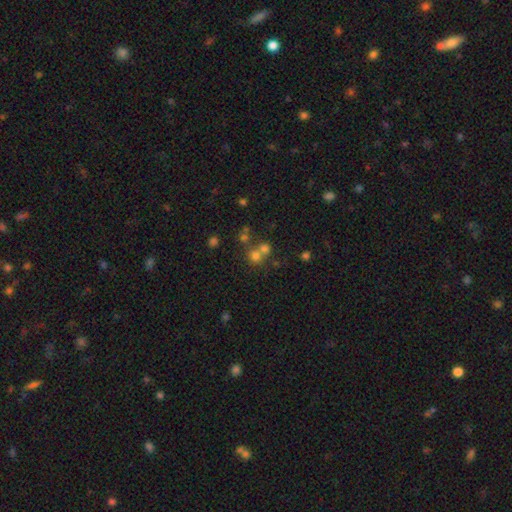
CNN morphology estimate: Overall: smooth (66%). How rounded: round (88%). Merging: none (49%; merger 42%).